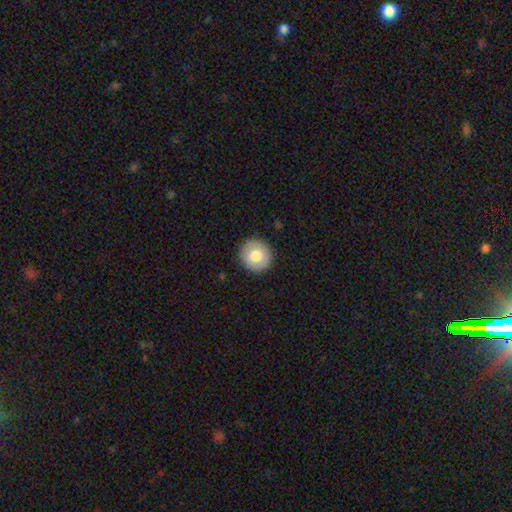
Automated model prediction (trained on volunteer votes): smooth 77%, featured or disk 16%, star or artifact 7%. Down the decision tree: how rounded — round (93%); merging — none (91%).